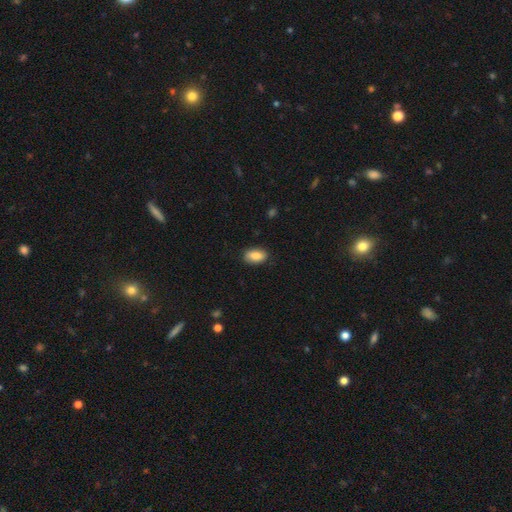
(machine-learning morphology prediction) type=smooth (86%); roundness=in between (92%); merging=none (86%).